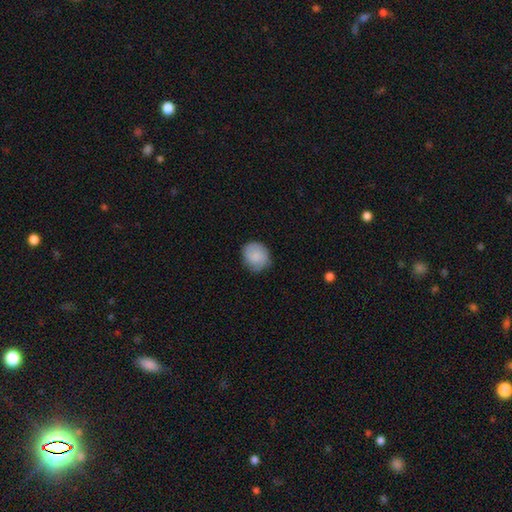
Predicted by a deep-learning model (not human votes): smooth 76%, featured or disk 18%, star or artifact 7%. Down the decision tree: how rounded — round (72%); merging — none (73%).